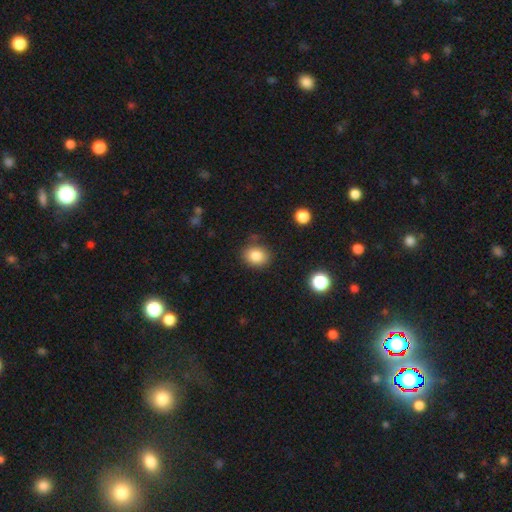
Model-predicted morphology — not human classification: The model was most divided on "how rounded": round: 55%, in between: 44%, cigar-shaped: 1%. More confident: smooth or featured — smooth (84%); merging — none (81%).